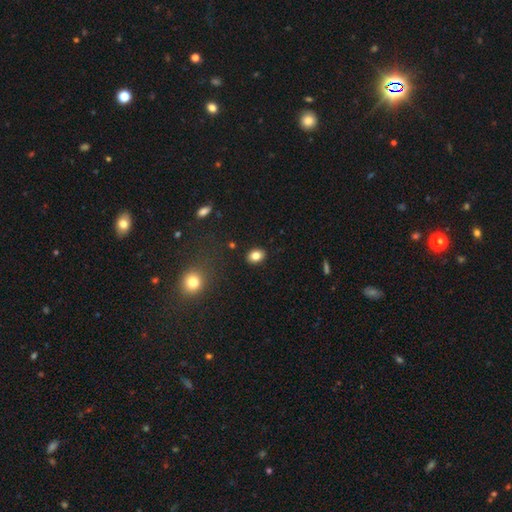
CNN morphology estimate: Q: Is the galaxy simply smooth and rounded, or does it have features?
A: smooth — 82%.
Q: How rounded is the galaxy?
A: in between — 63%.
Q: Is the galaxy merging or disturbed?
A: none — 89%.